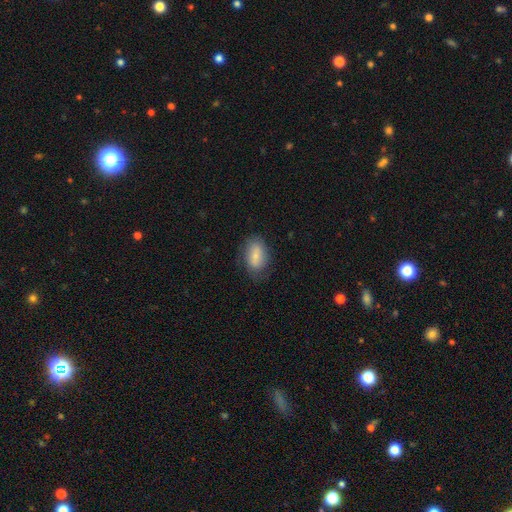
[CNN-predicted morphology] Smooth or featured? smooth (74%)
How rounded? in between (87%)
Merging? none (72%)